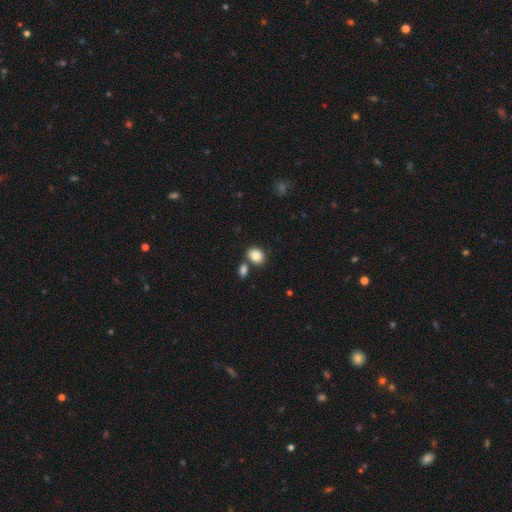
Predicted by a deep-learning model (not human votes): smooth-or-featured: smooth: 86% | star or artifact: 8% | featured or disk: 5%
  how-rounded: in between: 57% | round: 42% | cigar-shaped: 1%
  merging: none: 61% | merger: 24% | minor disturbance: 11% | major disturbance: 3%